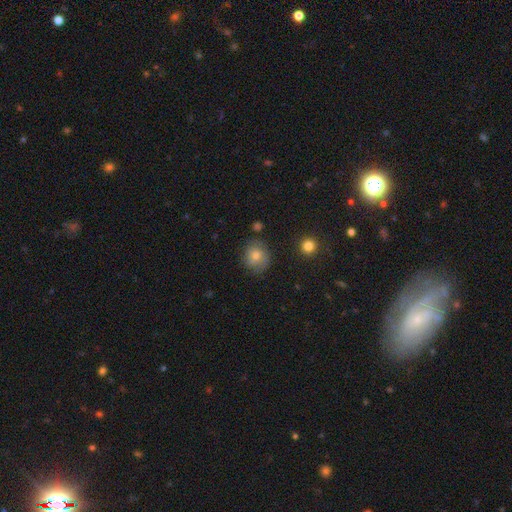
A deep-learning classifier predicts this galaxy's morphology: smooth 58%, featured or disk 30%, star or artifact 12%. Down the decision tree: how rounded — round (79%); merging — none (74%).